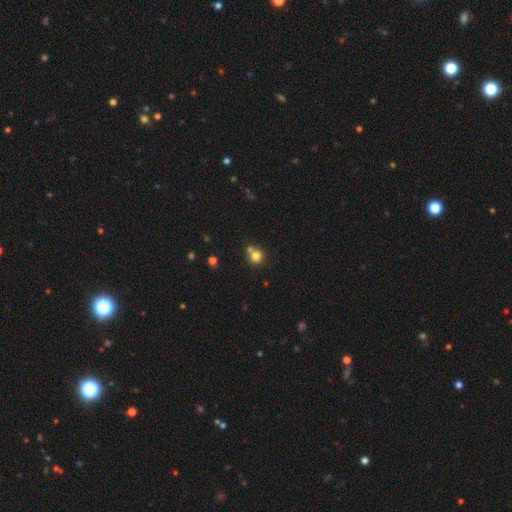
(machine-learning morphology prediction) This appears to be a smooth galaxy with no disk features (79%) that is round (89%). Merging: none (58%).